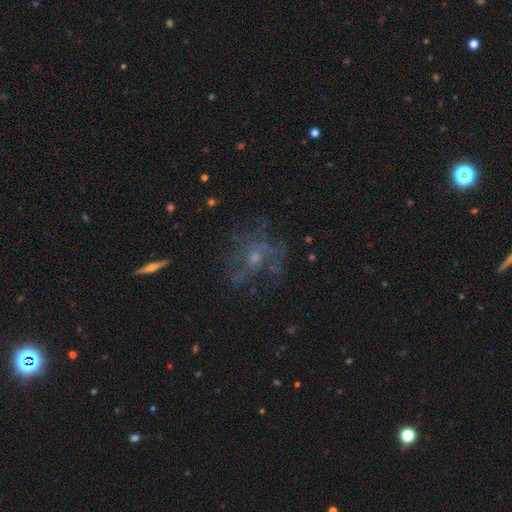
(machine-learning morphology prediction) A featured or disk galaxy (55%) with no bar (85%), no spiral arms (62%) and a small central bulge (49%).

Vote fractions:
- Smooth or featured? featured or disk: 55% / smooth: 24% / star or artifact: 21%
- Edge-on disk? no: 95% / yes: 5%
- Bar? no: 85% / weak: 12% / strong: 2%
- Spiral arms? no: 62% / yes: 38%
- Bulge size? small: 49% / moderate: 38% / none: 8% / large: 3% / dominant: 1%
- Merging? none: 59% / major disturbance: 21% / minor disturbance: 18% / merger: 2%